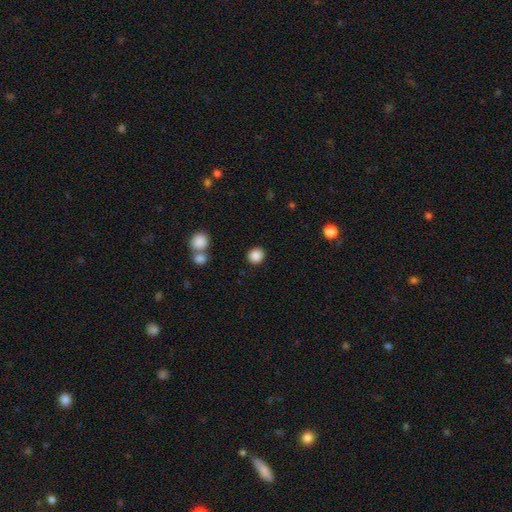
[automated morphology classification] type=smooth (87%); roundness=round (82%); merging=none (86%).